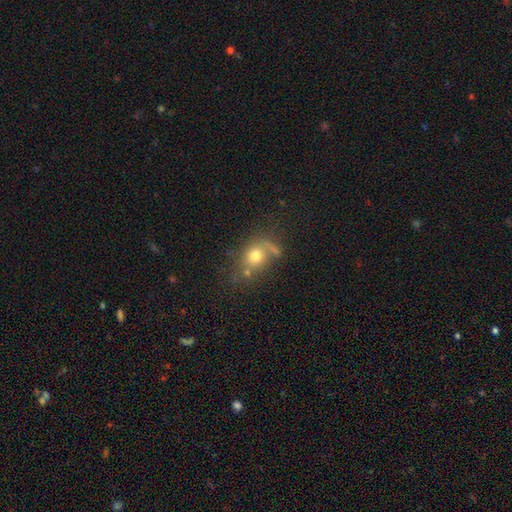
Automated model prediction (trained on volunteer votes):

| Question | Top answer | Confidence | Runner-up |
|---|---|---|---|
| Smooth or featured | smooth | 68% | featured or disk (18%) |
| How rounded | round | 61% | in between (36%) |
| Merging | none | 46% | merger (19%) |